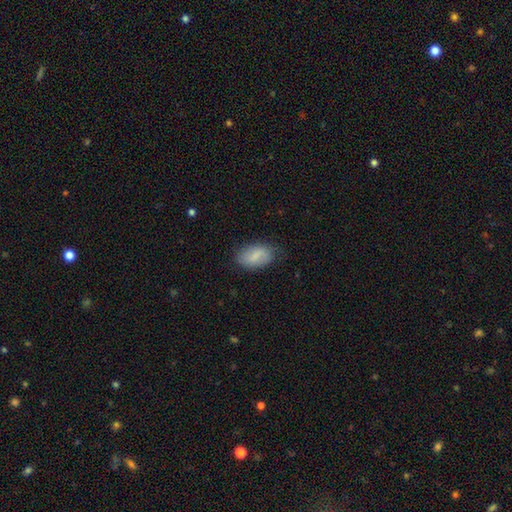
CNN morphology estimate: type=smooth (74%); roundness=in between (92%); merging=none (73%).